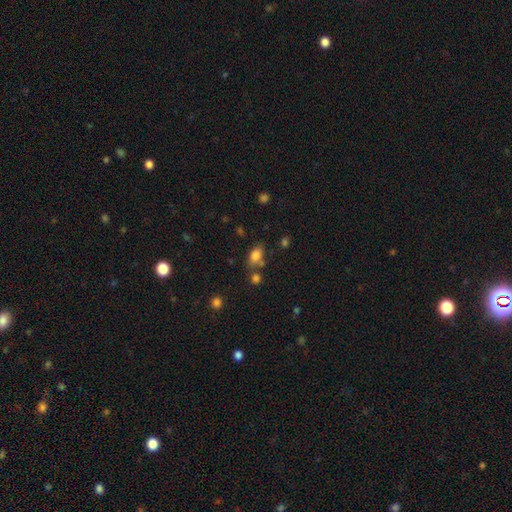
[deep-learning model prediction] The model was most divided on "merging": none: 62%, minor disturbance: 16%, merger: 16%, major disturbance: 6%. More confident: how rounded — in between (84%); smooth or featured — smooth (80%).